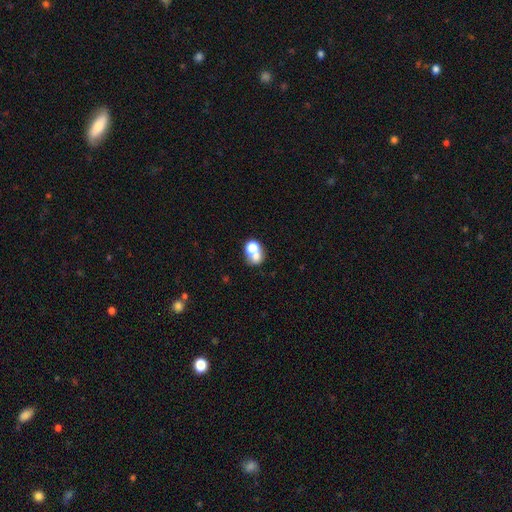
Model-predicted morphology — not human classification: This appears to be a smooth galaxy with no disk features (64%) that is round (52%). Merging: merger (52%).